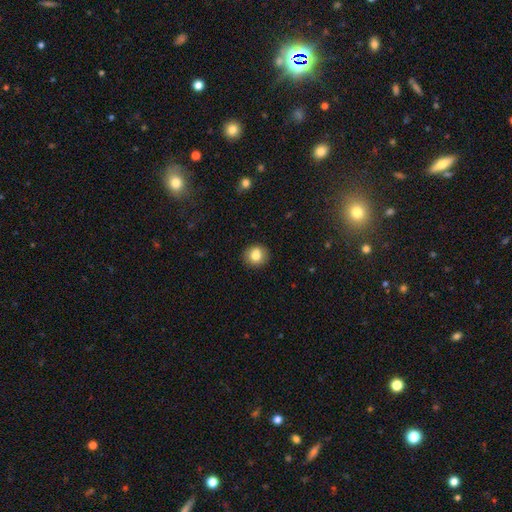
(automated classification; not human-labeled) This is clearly a smooth galaxy (81%). How rounded: clearly round (85%). Merging: clearly none (89%).